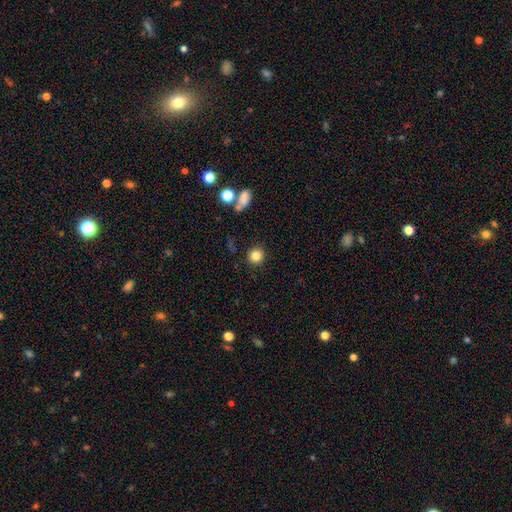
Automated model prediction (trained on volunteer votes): Smooth or featured? Predicted: smooth (p=0.83). How rounded? Predicted: round (p=0.92). Merging? Predicted: none (p=0.88).